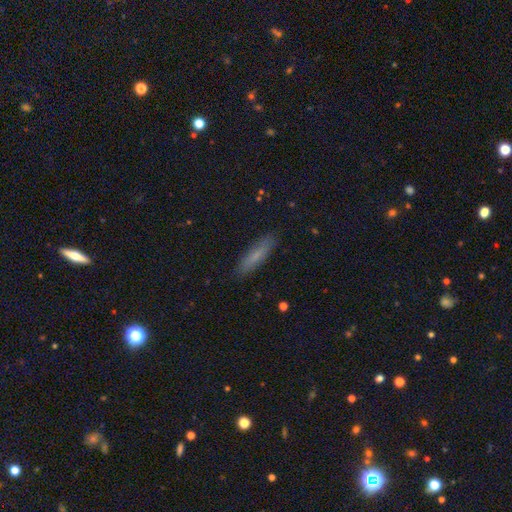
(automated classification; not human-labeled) Smooth or featured? smooth (71%)
How rounded? cigar-shaped (79%)
Merging? none (87%)